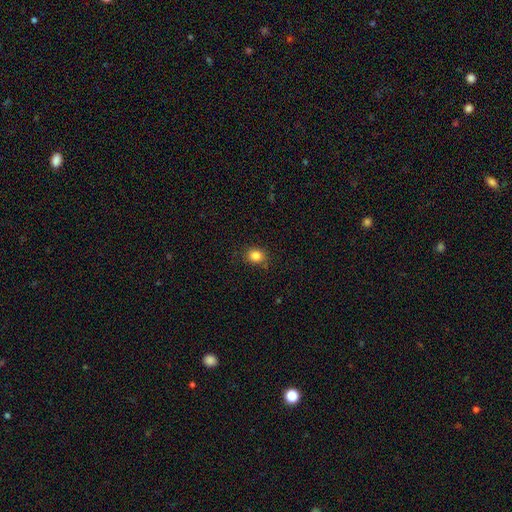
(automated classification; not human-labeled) A smooth galaxy with no disk features (85%) that is round (66%).

Vote fractions:
- Smooth or featured? smooth: 85% / star or artifact: 11% / featured or disk: 5%
- How rounded? round: 66% / in between: 33% / cigar-shaped: 1%
- Merging? none: 84% / minor disturbance: 12% / major disturbance: 3% / merger: 2%